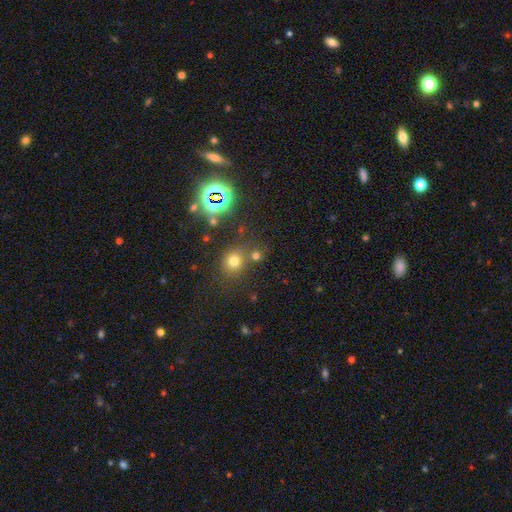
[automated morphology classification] A smooth galaxy with no disk features (63%) that is round (82%).

Vote fractions:
- Smooth or featured? smooth: 63% / star or artifact: 29% / featured or disk: 8%
- How rounded? round: 82% / in between: 16% / cigar-shaped: 1%
- Merging? none: 69% / merger: 17% / minor disturbance: 9% / major disturbance: 5%